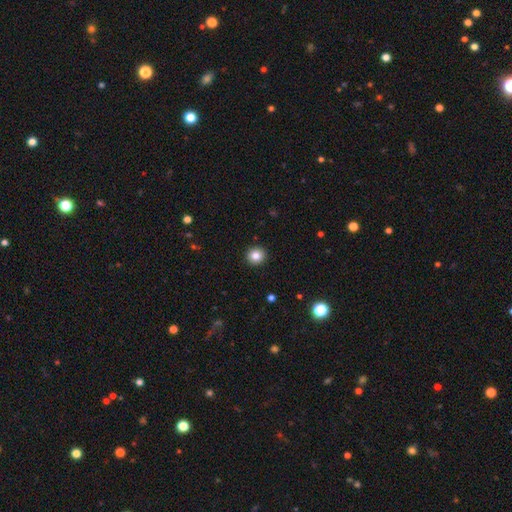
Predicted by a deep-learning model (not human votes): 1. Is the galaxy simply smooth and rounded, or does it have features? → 83% smooth, 10% star or artifact, 6% featured or disk.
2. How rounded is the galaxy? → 92% round, 7% in between, 1% cigar-shaped.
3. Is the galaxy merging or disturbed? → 93% none, 4% minor disturbance, 1% major disturbance, 1% merger.